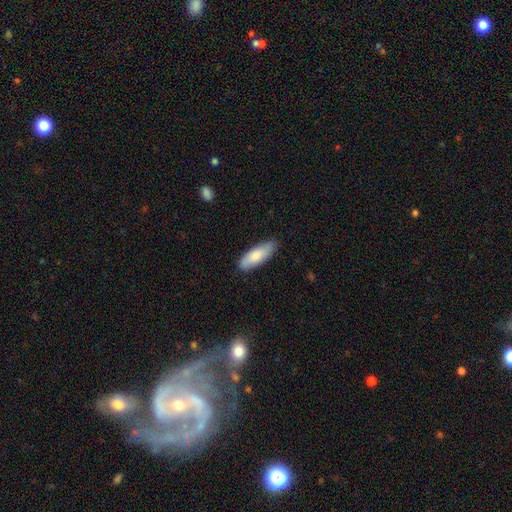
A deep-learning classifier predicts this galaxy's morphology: Smooth or featured?
  - smooth: 80% *
  - featured or disk: 15%
  - star or artifact: 5%
How rounded?
  - in between: 63% *
  - cigar-shaped: 35%
  - round: 2%
Merging?
  - none: 82% *
  - minor disturbance: 15%
  - major disturbance: 2%
  - merger: 1%